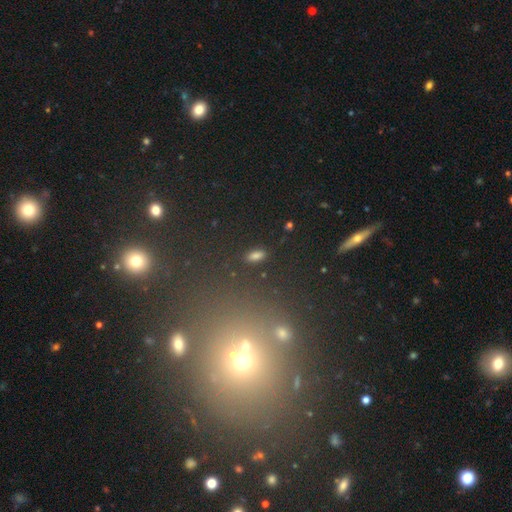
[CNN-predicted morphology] smooth 77%, star or artifact 16%, featured or disk 6%. Down the decision tree: how rounded — in between (88%); merging — none (88%).